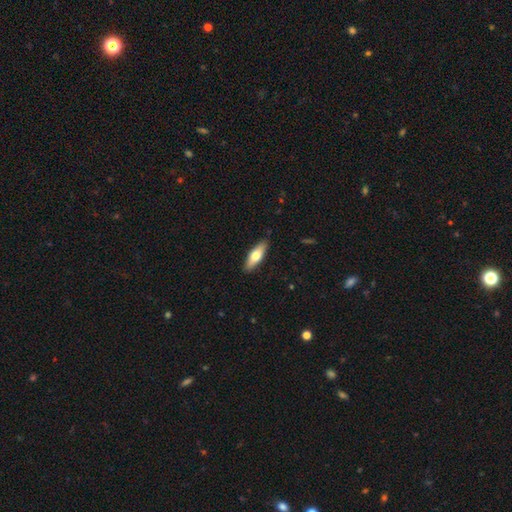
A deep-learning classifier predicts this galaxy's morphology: type=smooth (62%); roundness=in between (53%); merging=none (88%).